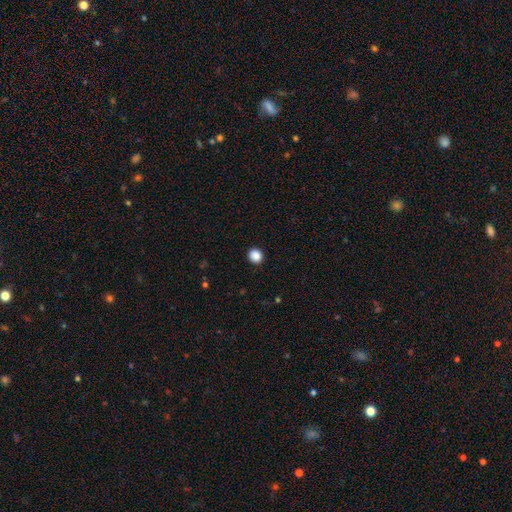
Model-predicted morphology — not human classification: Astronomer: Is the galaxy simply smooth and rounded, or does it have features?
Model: smooth — 88%.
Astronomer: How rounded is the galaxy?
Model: round — 80%.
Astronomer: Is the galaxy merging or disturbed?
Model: none — 92%.